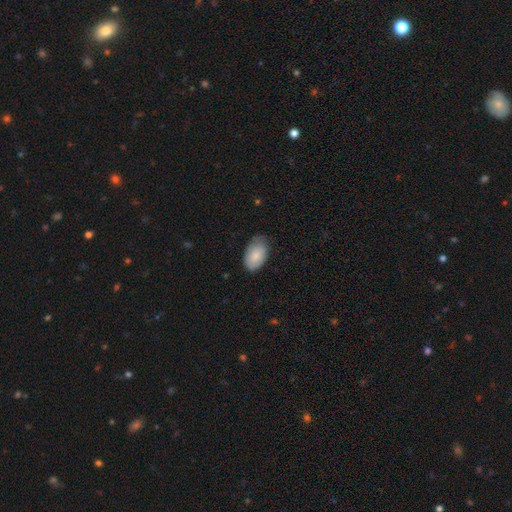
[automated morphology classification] Smooth or featured? smooth (82%)
How rounded? in between (93%)
Merging? none (63%)